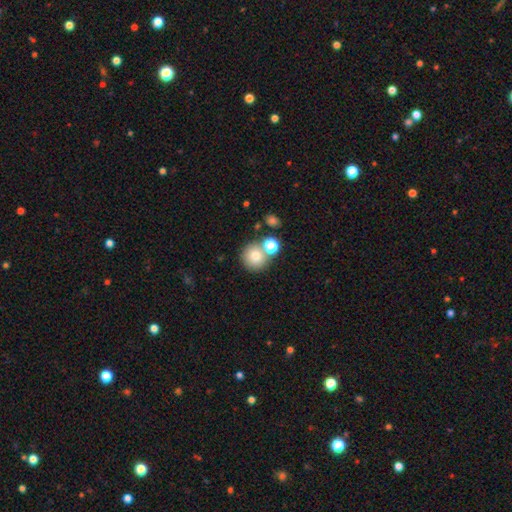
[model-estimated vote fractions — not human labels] smooth_or_featured: smooth (p=0.78) [alt: star or artifact p=0.12]
how_rounded: round (p=0.91) [alt: in between p=0.08]
merging: none (p=0.61) [alt: merger p=0.27]